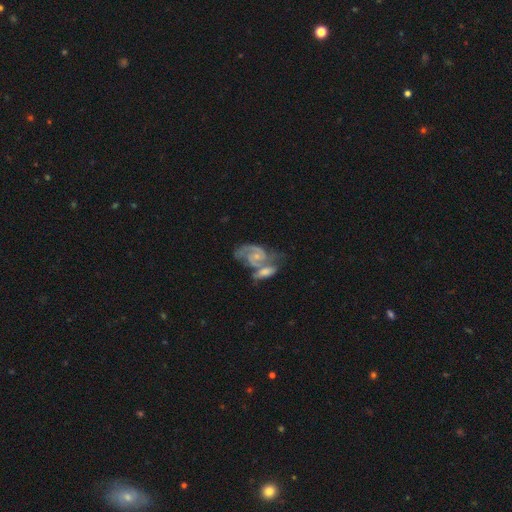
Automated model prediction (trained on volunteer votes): smooth_or_featured: featured or disk (p=0.84) [alt: smooth p=0.11]
disk_edge_on: no (p=0.97) [alt: yes p=0.03]
bar: no (p=0.62) [alt: weak p=0.32]
has_spiral_arms: yes (p=0.95) [alt: no p=0.05]
spiral_winding: medium (p=0.50) [alt: tight p=0.33]
spiral_arm_count: 2 (p=0.76) [alt: can't tell p=0.10]
bulge_size: small (p=0.65) [alt: moderate p=0.27]
merging: merger (p=0.59) [alt: none p=0.21]